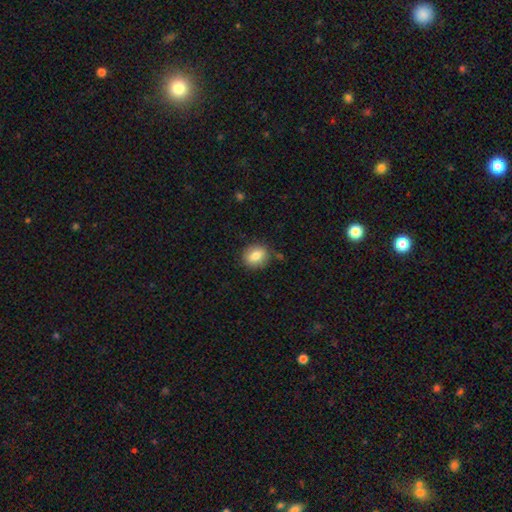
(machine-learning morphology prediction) Smooth or featured? smooth (81%)
How rounded? round (55%)
Merging? none (82%)